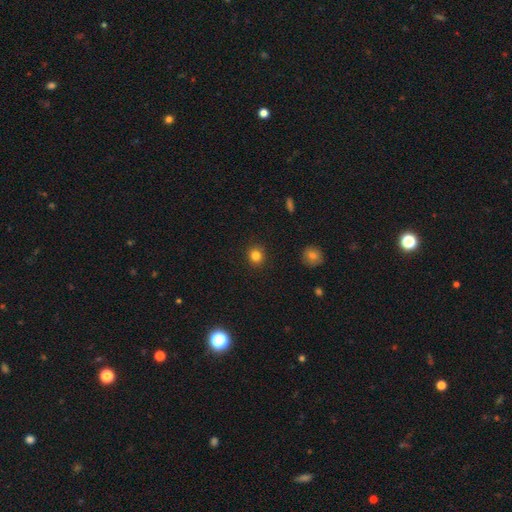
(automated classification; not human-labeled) smooth-or-featured: smooth: 82% | star or artifact: 12% | featured or disk: 5%
  how-rounded: round: 89% | in between: 10% | cigar-shaped: 1%
  merging: none: 91% | minor disturbance: 6% | major disturbance: 2% | merger: 1%